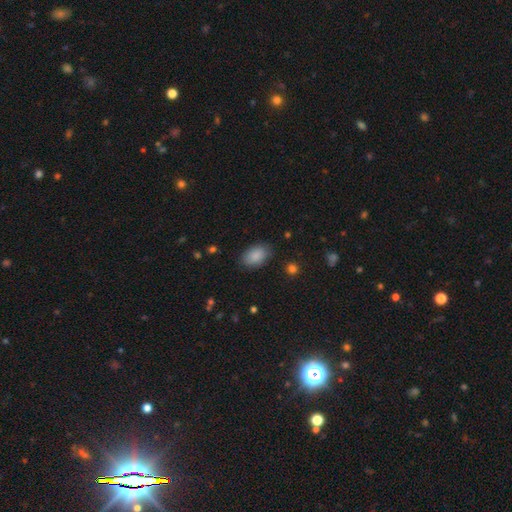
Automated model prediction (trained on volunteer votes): Smooth or featured?
  - smooth: 88% *
  - star or artifact: 7%
  - featured or disk: 5%
How rounded?
  - in between: 90% *
  - round: 9%
  - cigar-shaped: 1%
Merging?
  - none: 83% *
  - minor disturbance: 12%
  - major disturbance: 3%
  - merger: 1%